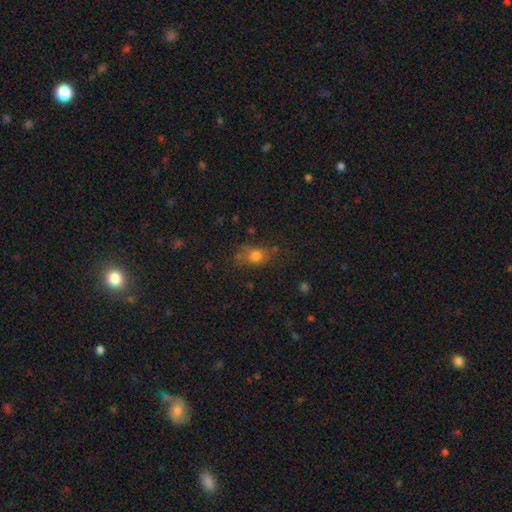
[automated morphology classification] Smooth or featured?
  - smooth: 73% *
  - star or artifact: 14%
  - featured or disk: 13%
How rounded?
  - in between: 59% *
  - round: 36%
  - cigar-shaped: 4%
Merging?
  - none: 62% *
  - minor disturbance: 23%
  - major disturbance: 11%
  - merger: 4%